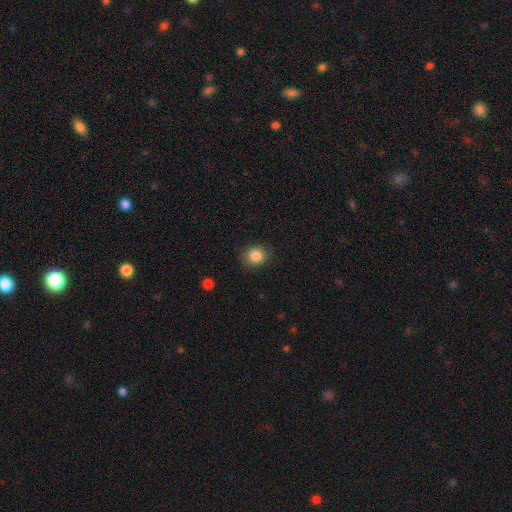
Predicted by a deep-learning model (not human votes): A smooth galaxy with no disk features (85%) that is round (76%). Merging: none (87%).